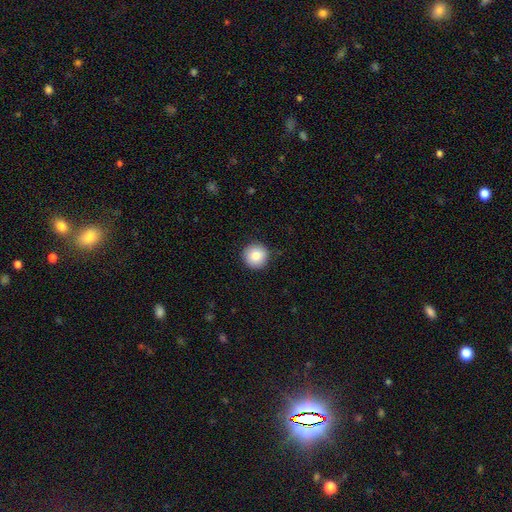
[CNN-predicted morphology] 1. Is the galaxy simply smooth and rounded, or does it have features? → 83% smooth, 9% star or artifact, 8% featured or disk.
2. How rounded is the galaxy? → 96% round, 3% in between, 1% cigar-shaped.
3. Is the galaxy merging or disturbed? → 91% none, 6% minor disturbance, 2% major disturbance, 1% merger.